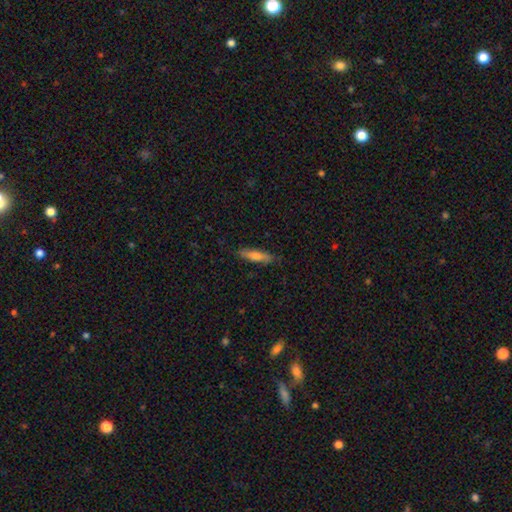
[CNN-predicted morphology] type=smooth (69%); roundness=cigar-shaped (68%); merging=none (83%).